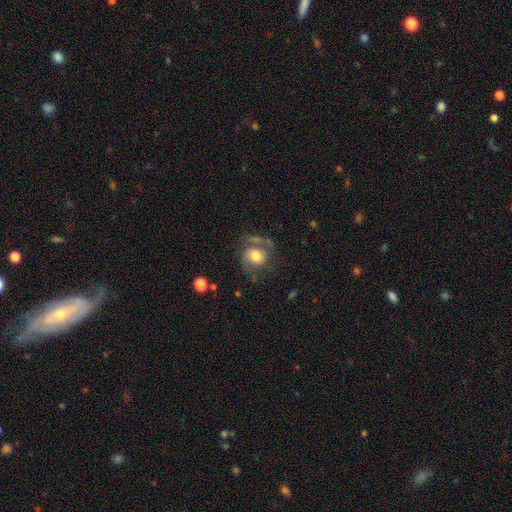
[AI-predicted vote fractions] Smooth or featured?
  - featured or disk: 60% *
  - smooth: 32%
  - star or artifact: 8%
Edge-on disk?
  - no: 97% *
  - yes: 3%
Bar?
  - no: 71% *
  - weak: 24%
  - strong: 5%
Spiral arms?
  - yes: 84% *
  - no: 16%
Bulge size?
  - moderate: 49% *
  - large: 35%
  - small: 10%
  - dominant: 4%
  - none: 3%
Merging?
  - none: 55% *
  - minor disturbance: 21%
  - major disturbance: 18%
  - merger: 6%